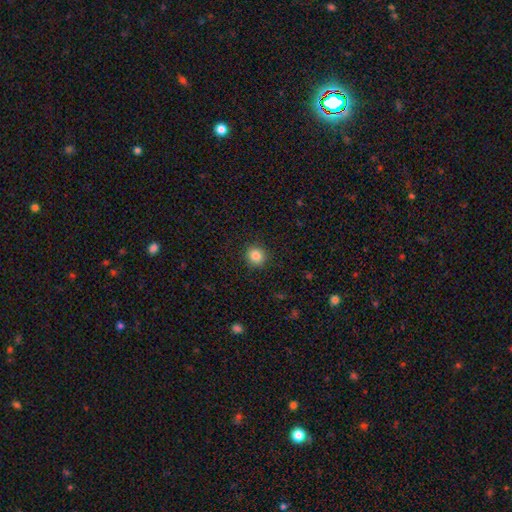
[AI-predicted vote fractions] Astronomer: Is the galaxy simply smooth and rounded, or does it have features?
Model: smooth — 85%.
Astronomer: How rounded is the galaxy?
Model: round — 92%.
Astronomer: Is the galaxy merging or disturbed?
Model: none — 91%.